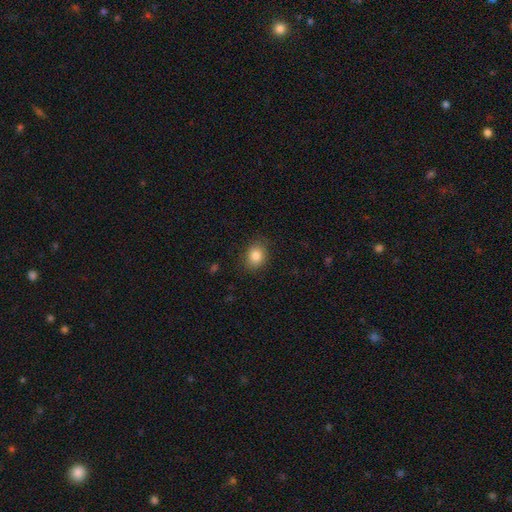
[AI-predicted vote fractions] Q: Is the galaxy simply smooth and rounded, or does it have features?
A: smooth — 85%.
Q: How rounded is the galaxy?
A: in between — 53%.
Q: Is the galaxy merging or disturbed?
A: none — 83%.